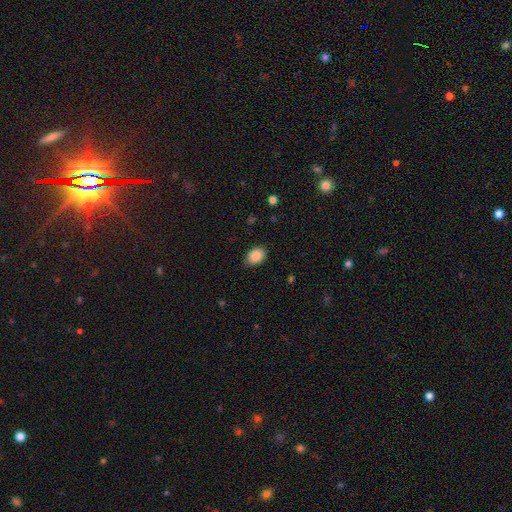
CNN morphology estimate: The model was most divided on "how rounded": in between: 75%, round: 24%, cigar-shaped: 1%. More confident: smooth or featured — smooth (89%); merging — none (84%).